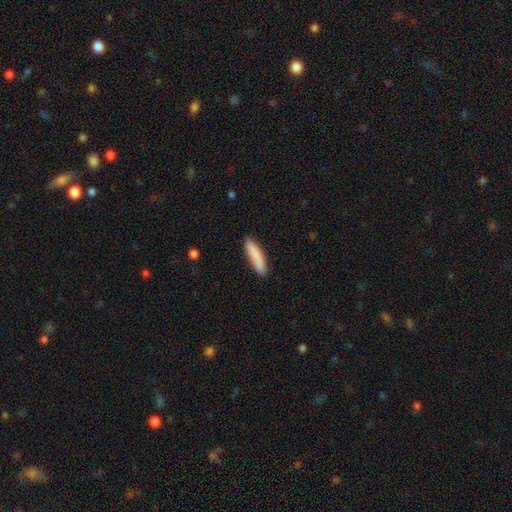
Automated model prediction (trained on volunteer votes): Smooth or featured?
  - smooth: 85% *
  - featured or disk: 9%
  - star or artifact: 6%
How rounded?
  - cigar-shaped: 74% *
  - in between: 25%
  - round: 1%
Merging?
  - none: 83% *
  - minor disturbance: 13%
  - major disturbance: 2%
  - merger: 2%